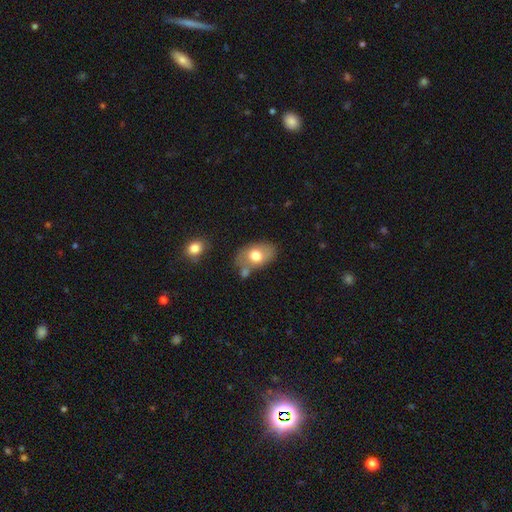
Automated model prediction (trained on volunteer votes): smooth 70%, featured or disk 23%, star or artifact 7%. Down the decision tree: how rounded — in between (84%); merging — none (56%).